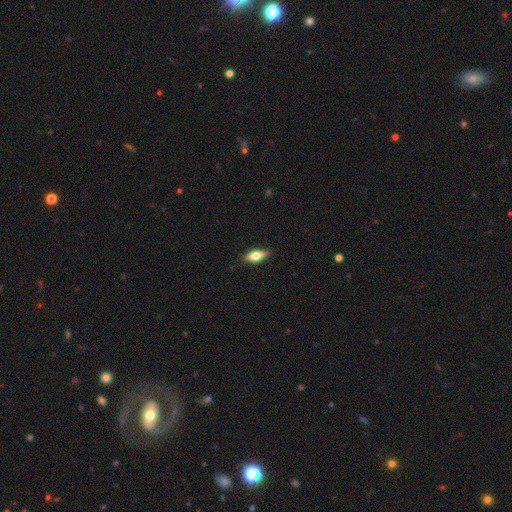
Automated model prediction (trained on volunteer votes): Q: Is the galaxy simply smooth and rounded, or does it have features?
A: smooth — 66%.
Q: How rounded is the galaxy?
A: in between — 75%.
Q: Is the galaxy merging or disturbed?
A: none — 87%.